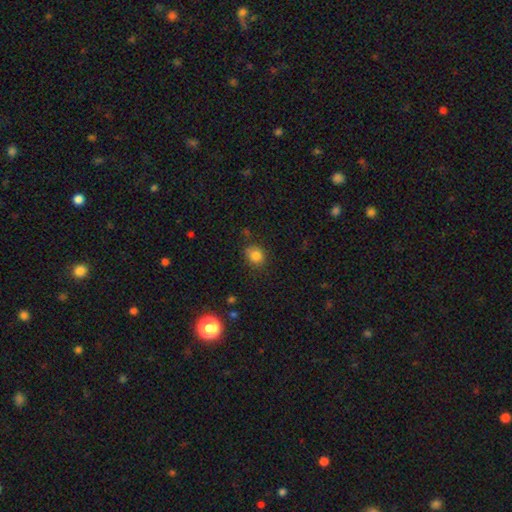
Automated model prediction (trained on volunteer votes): Overall: smooth (82%). How rounded: round (70%). Merging: none (75%).